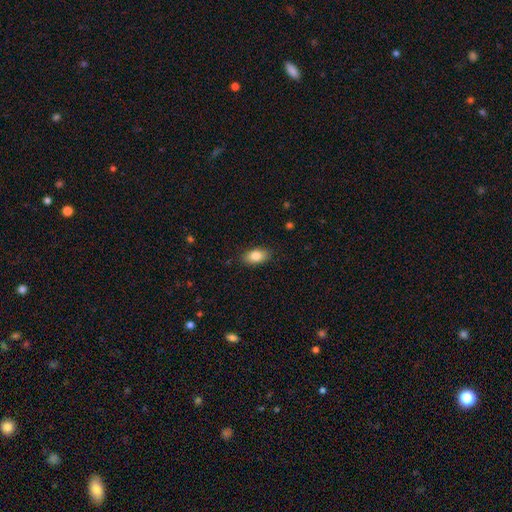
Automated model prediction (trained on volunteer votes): Smooth or featured? Predicted: smooth (p=0.84). How rounded? Predicted: in between (p=0.91). Merging? Predicted: none (p=0.87).